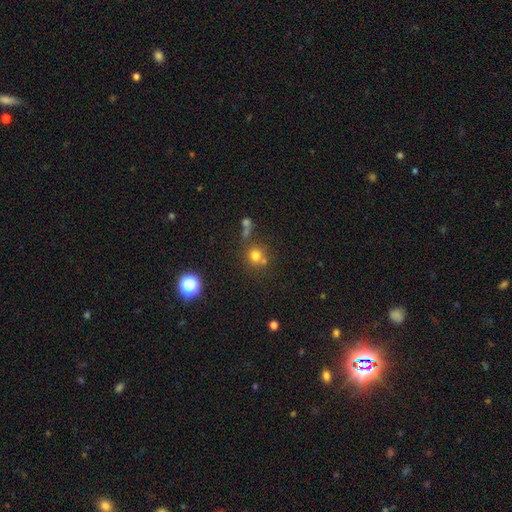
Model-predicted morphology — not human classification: Smooth or featured?
  - smooth: 74% *
  - star or artifact: 17%
  - featured or disk: 9%
How rounded?
  - round: 89% *
  - in between: 10%
  - cigar-shaped: 1%
Merging?
  - none: 60% *
  - merger: 24%
  - minor disturbance: 10%
  - major disturbance: 5%